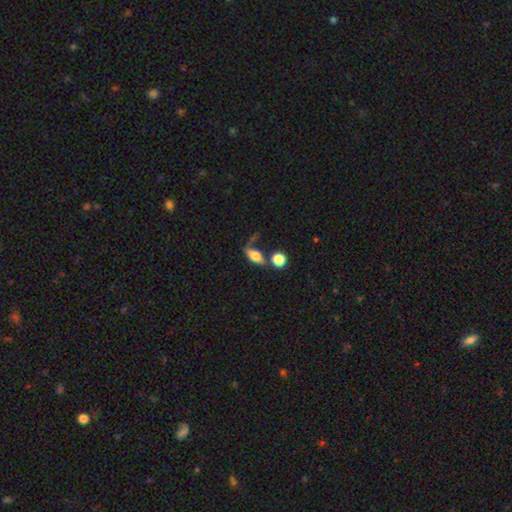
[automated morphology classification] smooth_or_featured: smooth (p=0.63) [alt: featured or disk p=0.28]
how_rounded: in between (p=0.71) [alt: round p=0.15]
merging: none (p=0.35) [alt: merger p=0.25]